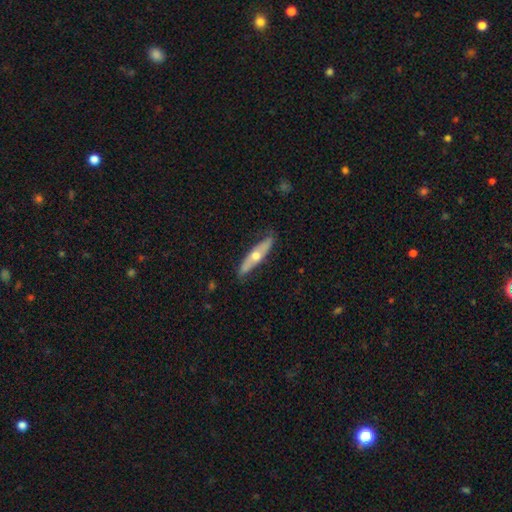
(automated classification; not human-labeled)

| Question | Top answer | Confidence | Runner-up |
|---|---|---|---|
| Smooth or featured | featured or disk | 52% | smooth (43%) |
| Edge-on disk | yes | 73% | no (27%) |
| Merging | none | 81% | minor disturbance (15%) |